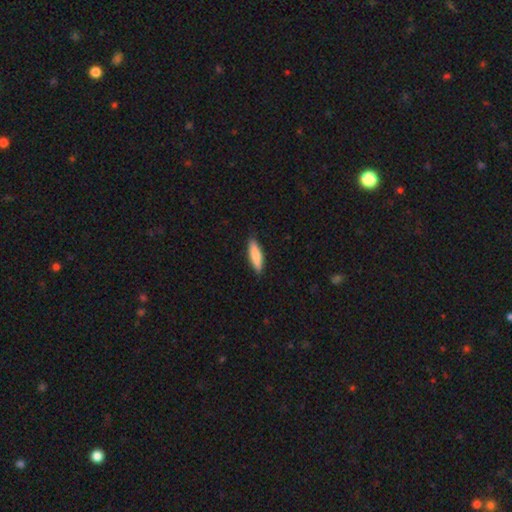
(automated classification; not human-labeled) A smooth galaxy with no disk features (81%) that is cigar-shaped (65%). Merging: none (88%).